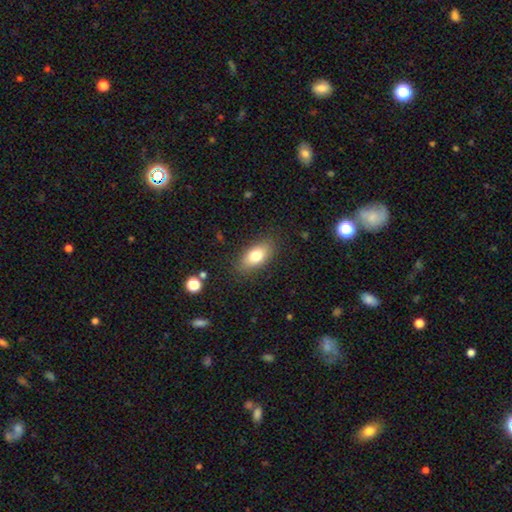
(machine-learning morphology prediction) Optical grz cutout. It shows a smooth galaxy with no disk features (77%) that is in between round and cigar-shaped (87%). Merging: none (85%).